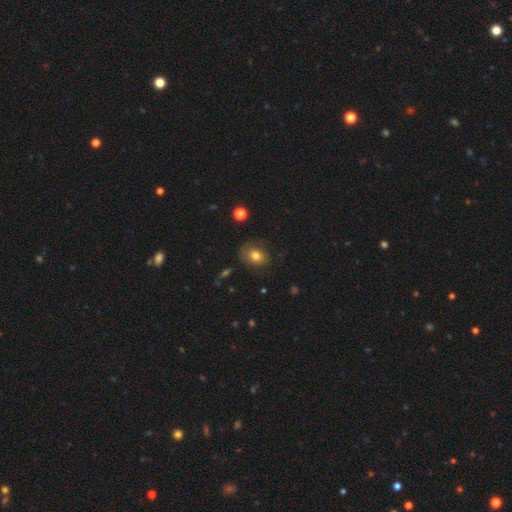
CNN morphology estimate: This is likely a smooth galaxy (73%). How rounded: possibly in between (56%). Merging: likely none (68%).